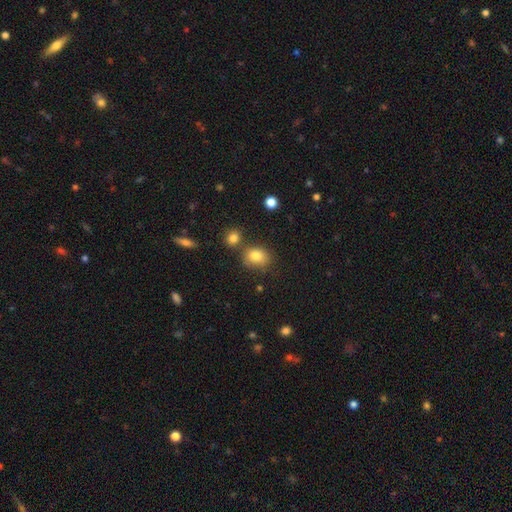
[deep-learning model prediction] Smooth or featured: smooth — 81% (star or artifact — 11%)
How rounded: round — 51% (in between — 48%)
Merging: none — 64% (minor disturbance — 17%)